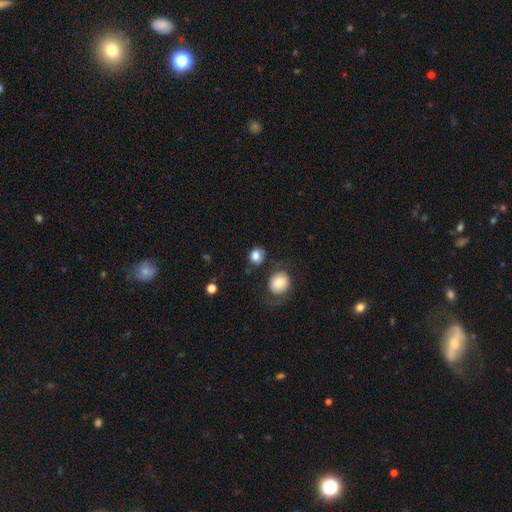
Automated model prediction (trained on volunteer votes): This is clearly a smooth galaxy (81%). How rounded: likely round (71%). Merging: likely none (65%).